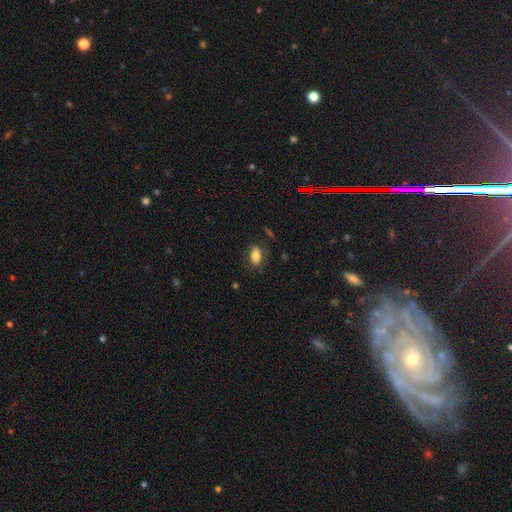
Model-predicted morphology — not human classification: This is likely a smooth galaxy (77%). How rounded: clearly in between (88%). Merging: likely none (76%).